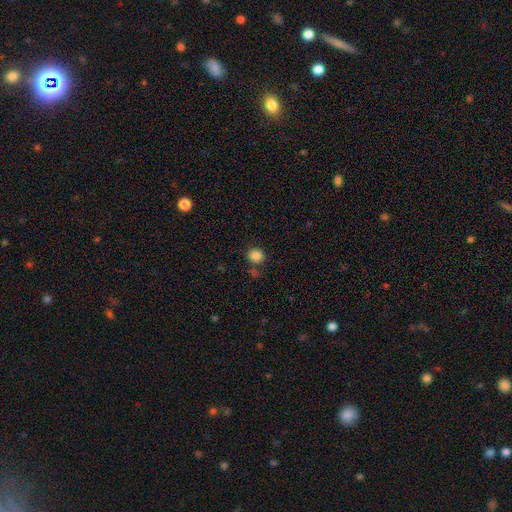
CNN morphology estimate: Overall: smooth (85%). How rounded: round (80%). Merging: none (76%).